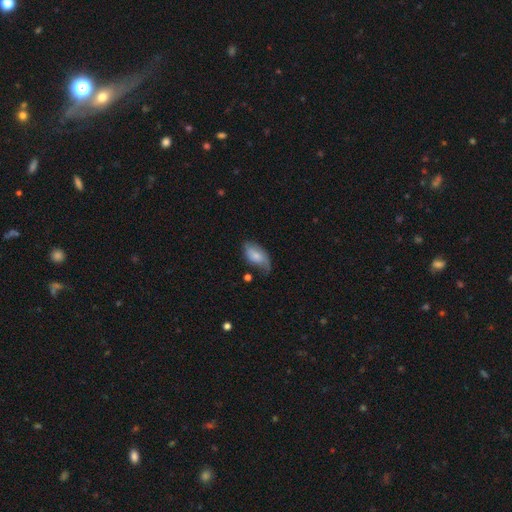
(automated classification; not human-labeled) This is likely a smooth galaxy (63%). How rounded: clearly in between (93%). Merging: possibly none (46%).